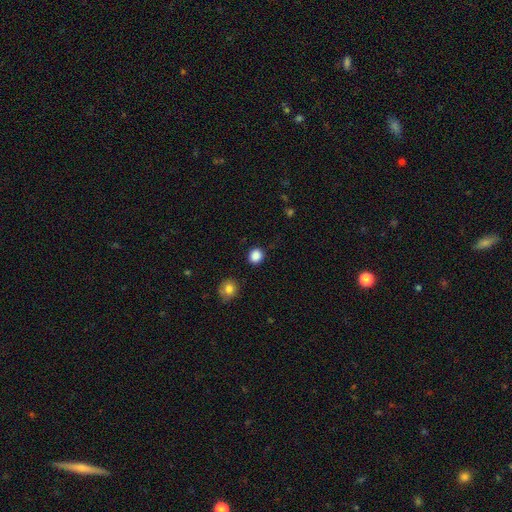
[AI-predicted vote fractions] This is clearly a smooth galaxy (87%). How rounded: clearly round (82%). Merging: clearly none (89%).